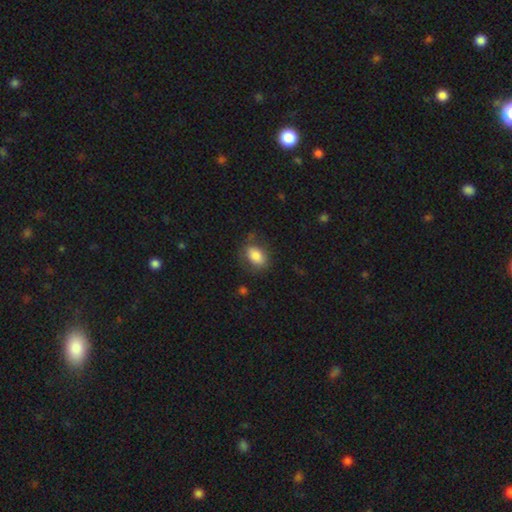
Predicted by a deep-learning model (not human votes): Smooth or featured? smooth (81%)
How rounded? in between (85%)
Merging? none (69%)